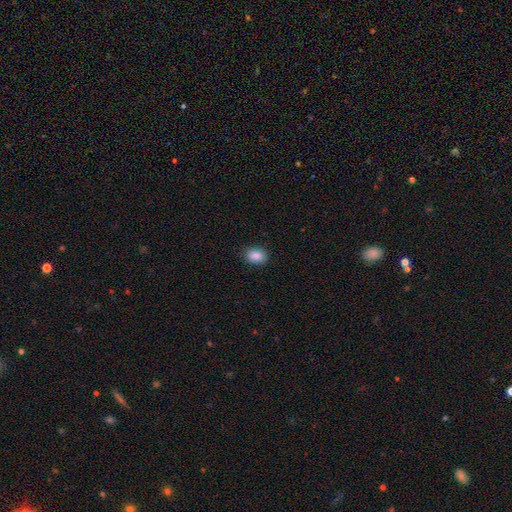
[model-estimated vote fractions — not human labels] Morphology: type=smooth (88%); roundness=in between (74%); merging=none (86%).